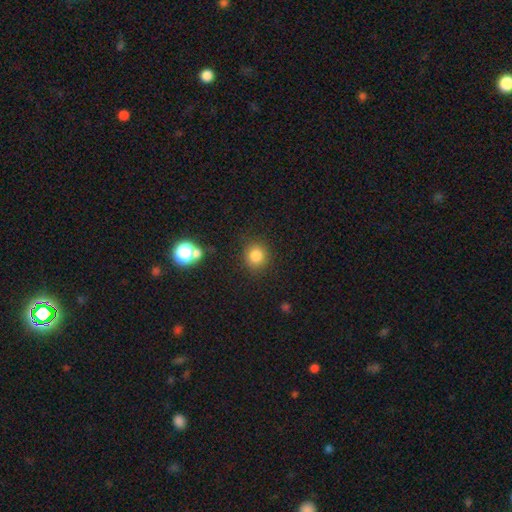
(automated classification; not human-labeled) Morphology: type=smooth (81%); roundness=round (86%); merging=none (85%).